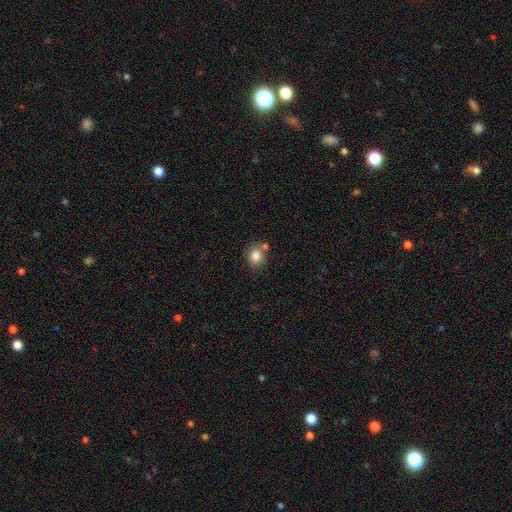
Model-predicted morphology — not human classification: This is clearly a smooth galaxy (82%). How rounded: likely round (69%). Merging: likely none (69%).